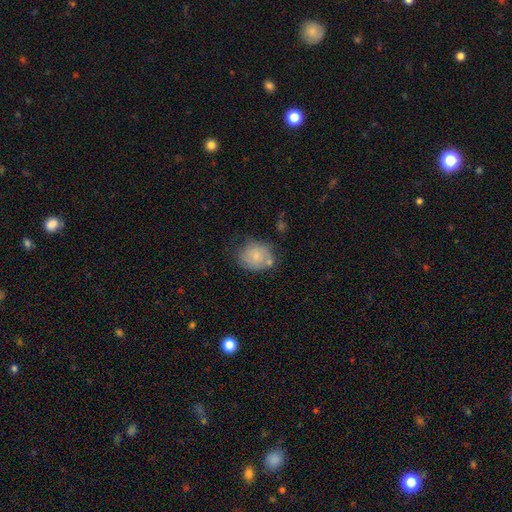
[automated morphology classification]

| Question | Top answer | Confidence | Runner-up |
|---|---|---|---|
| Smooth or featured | smooth | 71% | featured or disk (21%) |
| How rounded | round | 64% | in between (35%) |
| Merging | none | 51% | minor disturbance (28%) |